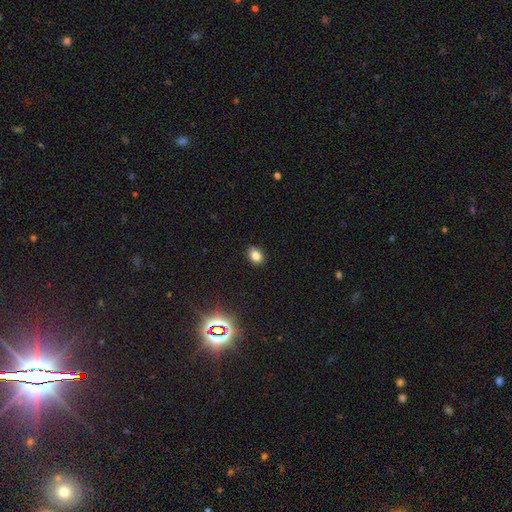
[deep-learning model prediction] A smooth galaxy with no disk features (79%) that is in between round and cigar-shaped (69%). Merging: none (87%).